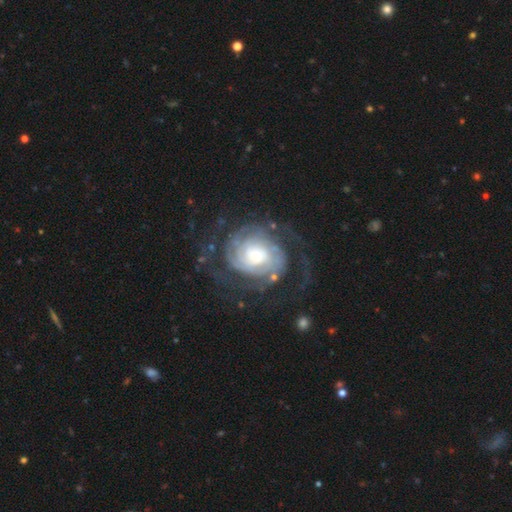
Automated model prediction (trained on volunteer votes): Morphology: type=featured or disk (86%); edge-on=no (97%); bar=no (70%); spiral arms=yes (95%); winding=tight (64%); arm count=can't tell (32%); bulge=small (49%); merging=none (60%).